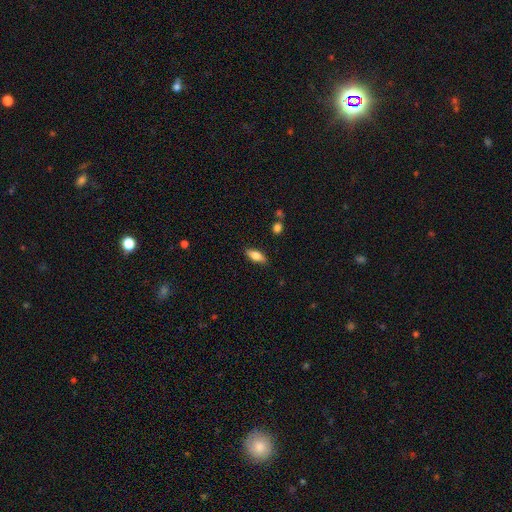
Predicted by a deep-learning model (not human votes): Morphology: type=smooth (74%); roundness=in between (78%); merging=none (85%).